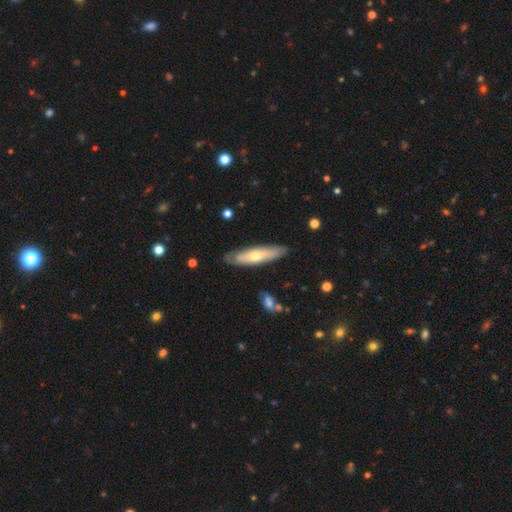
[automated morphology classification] Smooth or featured: smooth — 49% (featured or disk — 46%)
Merging: none — 82% (minor disturbance — 14%)